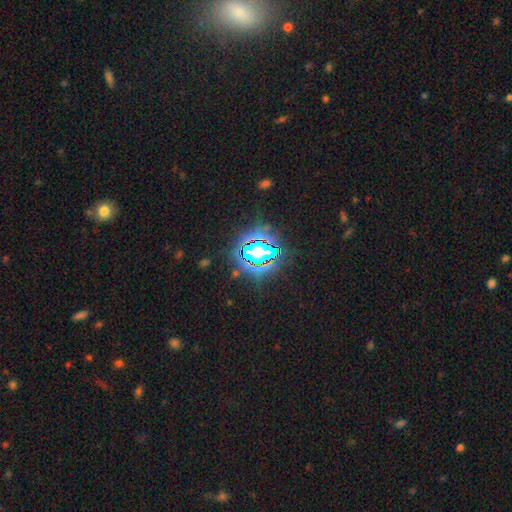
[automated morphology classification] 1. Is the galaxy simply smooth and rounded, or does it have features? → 72% star or artifact, 16% smooth, 12% featured or disk.